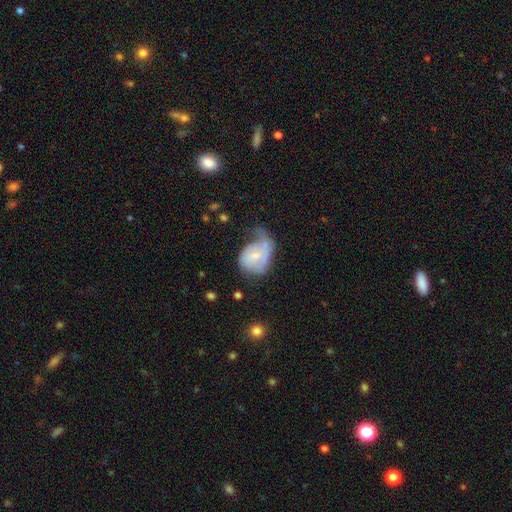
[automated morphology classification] This is possibly a featured or disk galaxy (53%). It is clearly not viewed edge-on (97%). Bar: likely no (63%). Spiral arm pattern: likely yes (71%). Central bulge: possibly small (52%). Merging: marginally major disturbance (44%).